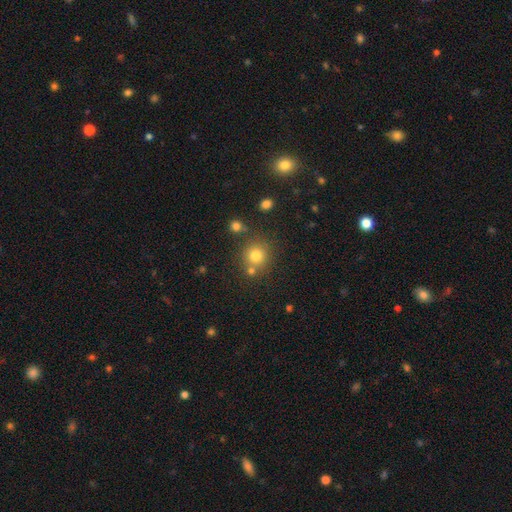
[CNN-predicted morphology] This is likely a smooth galaxy (78%). How rounded: clearly round (91%). Merging: likely none (74%).